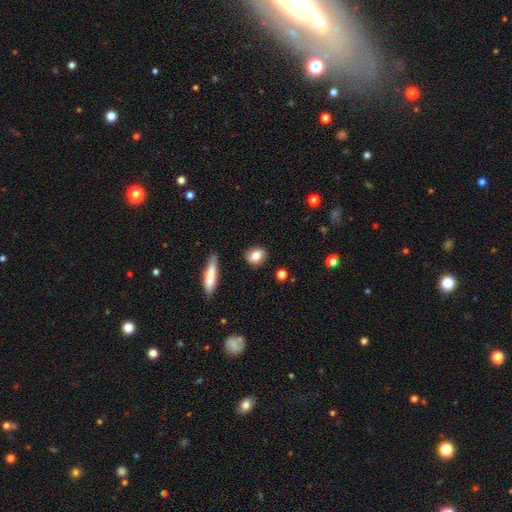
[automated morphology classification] Overall: smooth (79%). How rounded: round (53%; in between 42%). Merging: none (84%).